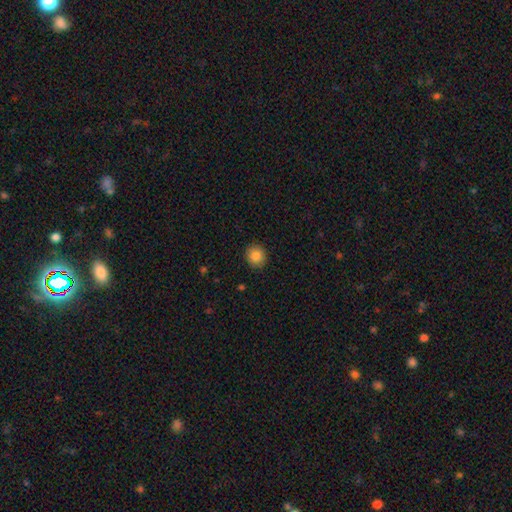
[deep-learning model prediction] Smooth or featured? Predicted: smooth (p=0.85). How rounded? Predicted: round (p=0.82). Merging? Predicted: none (p=0.89).